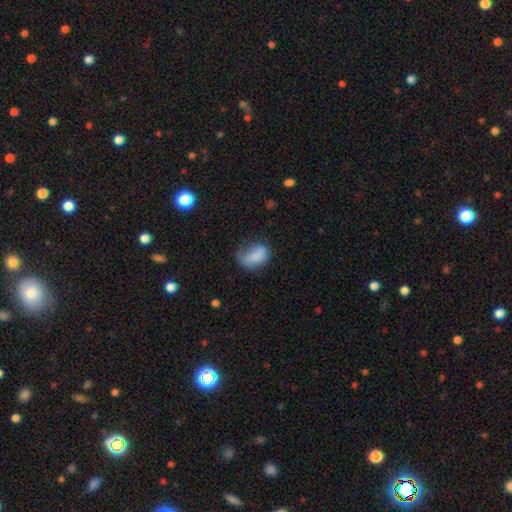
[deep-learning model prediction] smooth-or-featured: smooth: 77% | featured or disk: 15% | star or artifact: 8%
  how-rounded: in between: 84% | round: 15% | cigar-shaped: 2%
  merging: none: 33% | minor disturbance: 32% | major disturbance: 32% | merger: 3%